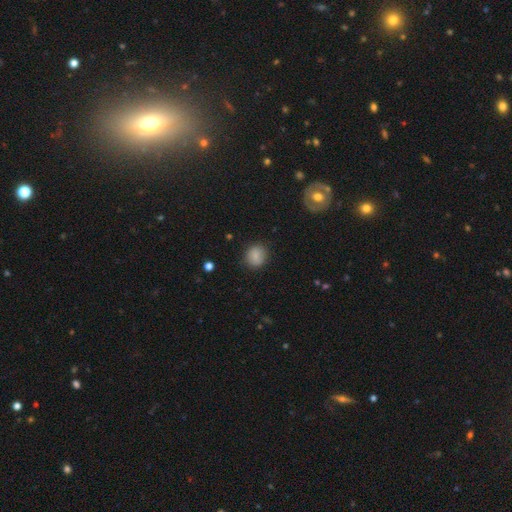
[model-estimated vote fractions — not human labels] Q: Smooth or featured?
A: smooth (86%); runner-up: star or artifact (9%)
Q: How rounded?
A: round (73%); runner-up: in between (26%)
Q: Merging?
A: none (84%); runner-up: minor disturbance (12%)